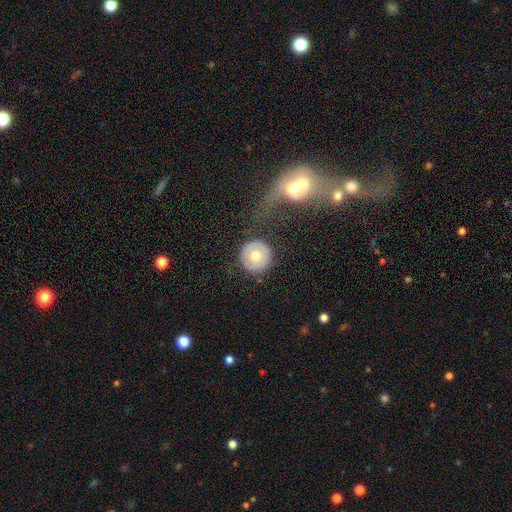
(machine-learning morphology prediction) The model was most divided on "smooth or featured": smooth: 61%, featured or disk: 32%, star or artifact: 7%. More confident: how rounded — round (95%); merging — none (84%).